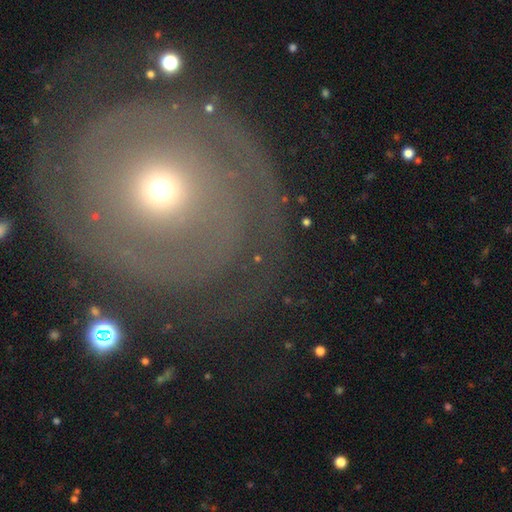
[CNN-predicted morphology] This appears to be a featured or disk galaxy (78%) with no bar (85%), 2 (41%) tight (76%) spiral arms (86%) and a small central bulge (57%). Merging: none (77%).